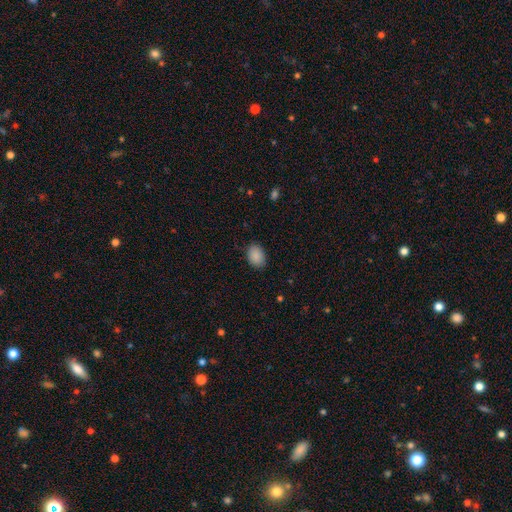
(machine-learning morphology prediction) Smooth or featured? smooth (89%)
How rounded? in between (79%)
Merging? none (86%)